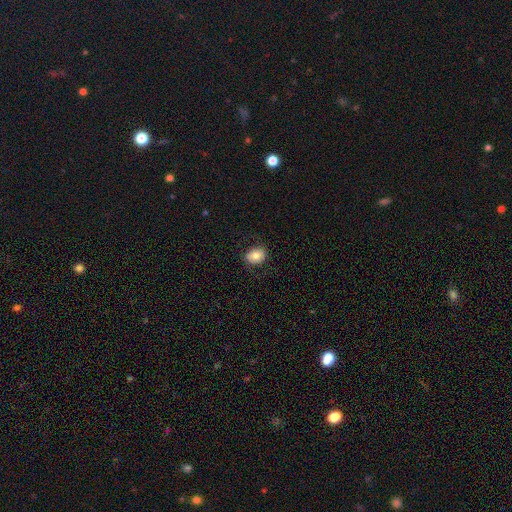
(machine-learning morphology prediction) A smooth galaxy with no disk features (77%) that is in between round and cigar-shaped (53%). Merging: none (82%).